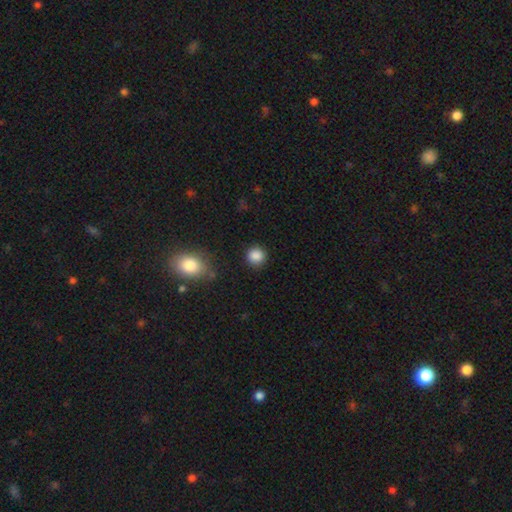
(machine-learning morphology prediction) This appears to be a smooth galaxy with no disk features (87%) that is round (90%). Merging: none (87%).